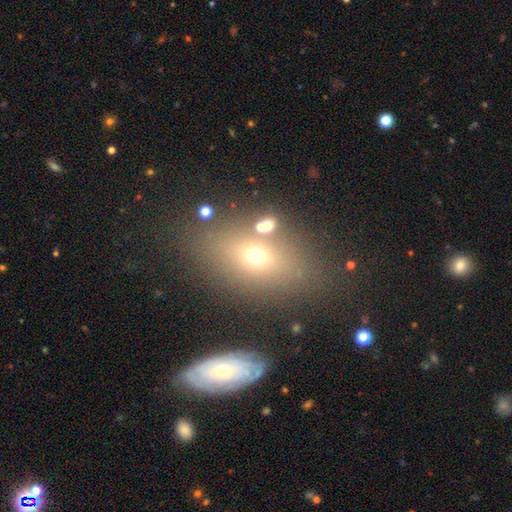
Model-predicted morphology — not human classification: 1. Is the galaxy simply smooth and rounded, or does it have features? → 61% smooth, 22% featured or disk, 17% star or artifact.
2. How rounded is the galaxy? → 74% in between, 21% round, 4% cigar-shaped.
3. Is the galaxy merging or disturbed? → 68% none, 15% merger, 12% minor disturbance, 6% major disturbance.